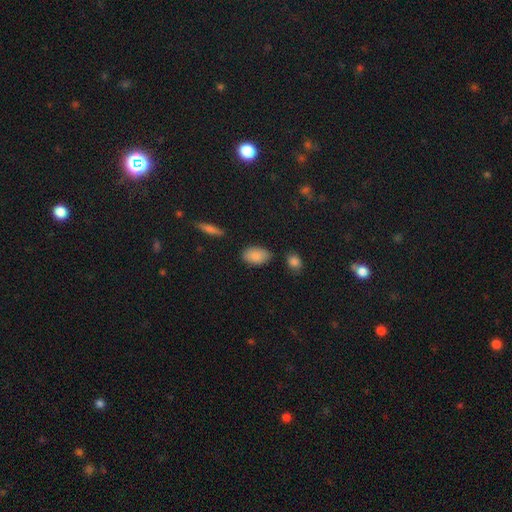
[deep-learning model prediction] Morphology: type=smooth (87%); roundness=in between (92%); merging=none (78%).